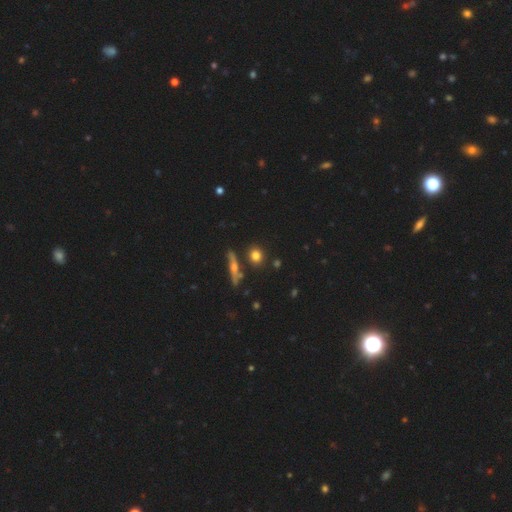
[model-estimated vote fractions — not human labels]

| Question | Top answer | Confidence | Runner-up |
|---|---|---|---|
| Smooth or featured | smooth | 77% | star or artifact (12%) |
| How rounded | round | 78% | in between (17%) |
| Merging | none | 81% | minor disturbance (9%) |